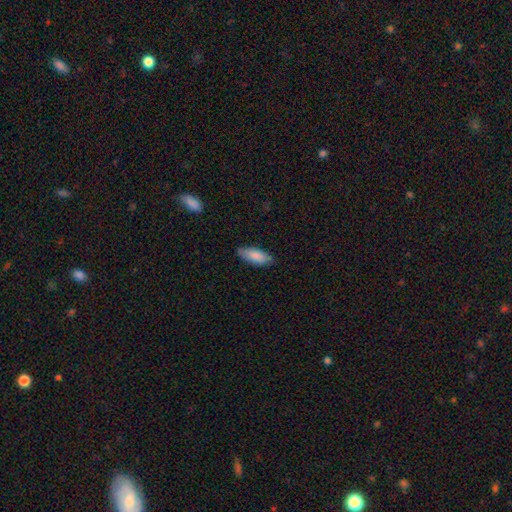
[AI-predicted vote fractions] A smooth galaxy with no disk features (86%) that is in between round and cigar-shaped (76%).

Vote fractions:
- Smooth or featured? smooth: 86% / featured or disk: 9% / star or artifact: 5%
- How rounded? in between: 76% / cigar-shaped: 23% / round: 2%
- Merging? none: 83% / minor disturbance: 14% / major disturbance: 2% / merger: 1%